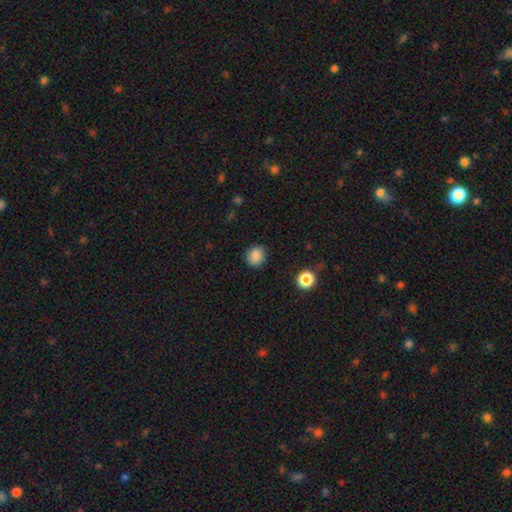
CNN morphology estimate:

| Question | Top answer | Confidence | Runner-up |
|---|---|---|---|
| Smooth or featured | smooth | 86% | star or artifact (10%) |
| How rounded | round | 82% | in between (17%) |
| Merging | none | 86% | minor disturbance (10%) |